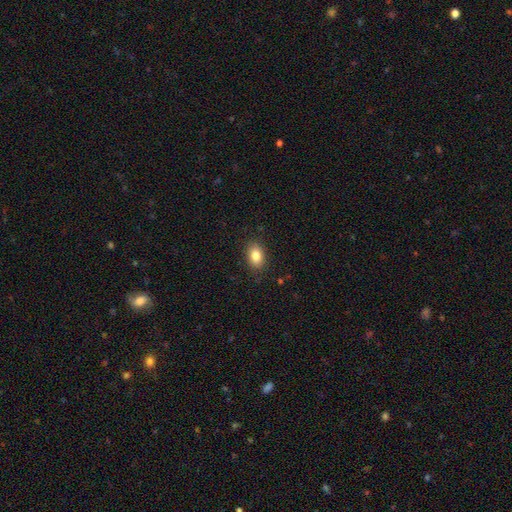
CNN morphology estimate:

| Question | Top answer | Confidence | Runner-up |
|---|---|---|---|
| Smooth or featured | smooth | 83% | star or artifact (9%) |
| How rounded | in between | 82% | round (17%) |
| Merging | none | 87% | minor disturbance (9%) |